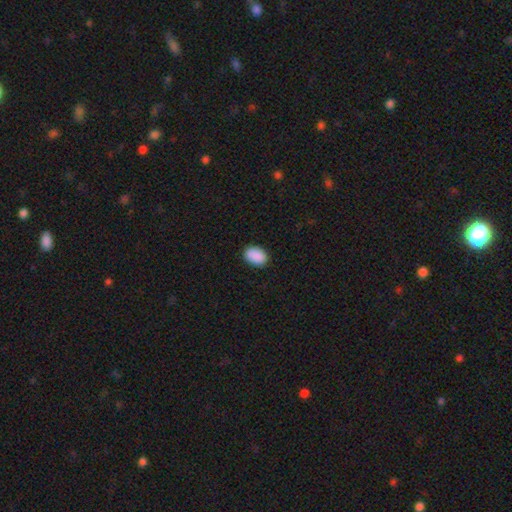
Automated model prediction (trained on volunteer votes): smooth 90%, star or artifact 7%, featured or disk 2%. Down the decision tree: how rounded — in between (85%); merging — none (88%).